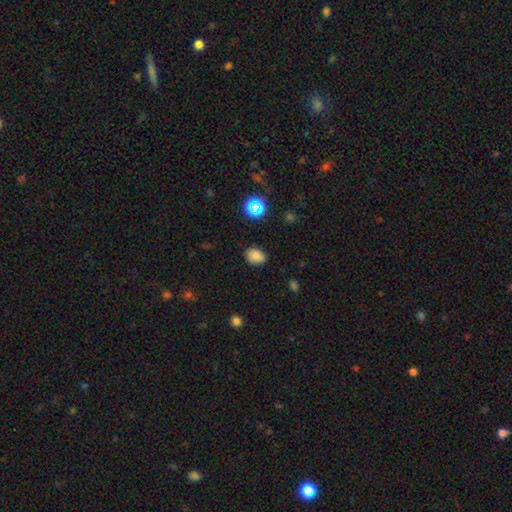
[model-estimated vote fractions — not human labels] smooth_or_featured: smooth (p=0.81) [alt: star or artifact p=0.13]
how_rounded: in between (p=0.66) [alt: round p=0.33]
merging: none (p=0.83) [alt: minor disturbance p=0.12]